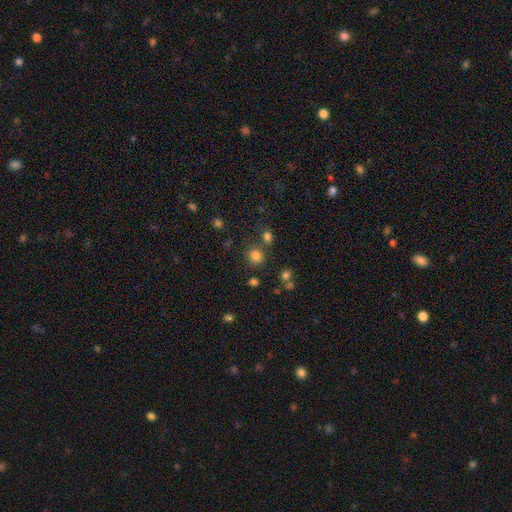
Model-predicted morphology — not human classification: Overall: smooth (79%). How rounded: round (83%). Merging: none (75%).